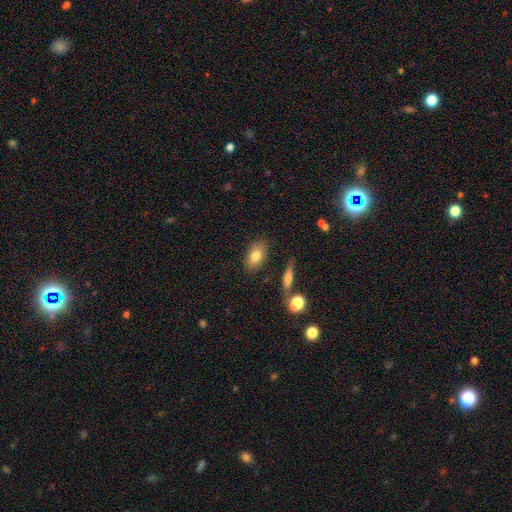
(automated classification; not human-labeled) smooth-or-featured: smooth: 79% | featured or disk: 13% | star or artifact: 8%
  how-rounded: in between: 87% | round: 9% | cigar-shaped: 4%
  merging: none: 82% | minor disturbance: 11% | major disturbance: 3% | merger: 3%